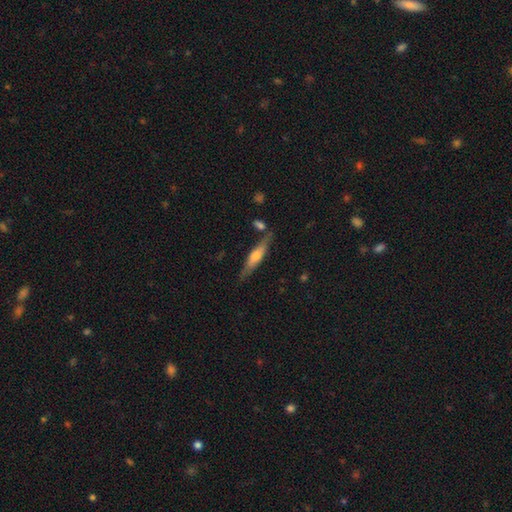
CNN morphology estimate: The model was most divided on "smooth or featured": featured or disk: 54%, smooth: 40%, star or artifact: 7%. More confident: edge-on disk — yes (91%); merging — none (77%).